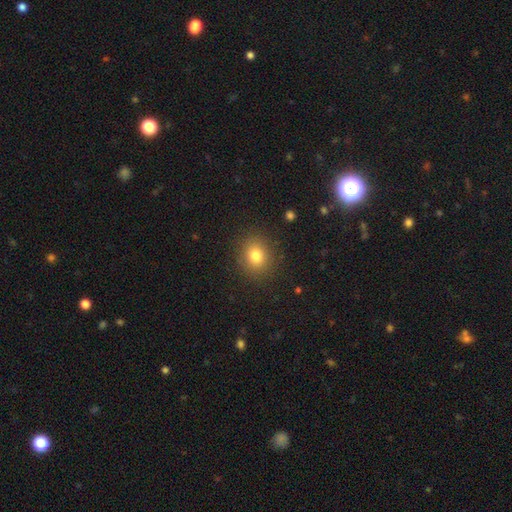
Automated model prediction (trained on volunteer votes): Smooth or featured?
  - smooth: 80% *
  - star or artifact: 12%
  - featured or disk: 8%
How rounded?
  - round: 70% *
  - in between: 29%
  - cigar-shaped: 1%
Merging?
  - none: 88% *
  - minor disturbance: 8%
  - major disturbance: 3%
  - merger: 1%